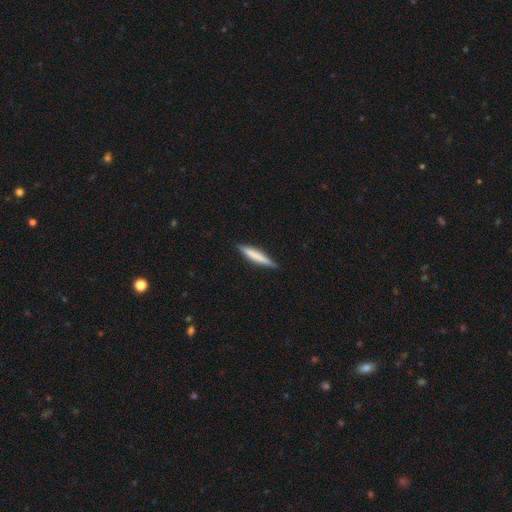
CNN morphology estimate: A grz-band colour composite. It shows a smooth galaxy with no disk features (67%) that is cigar-shaped (92%). Merging: none (88%).